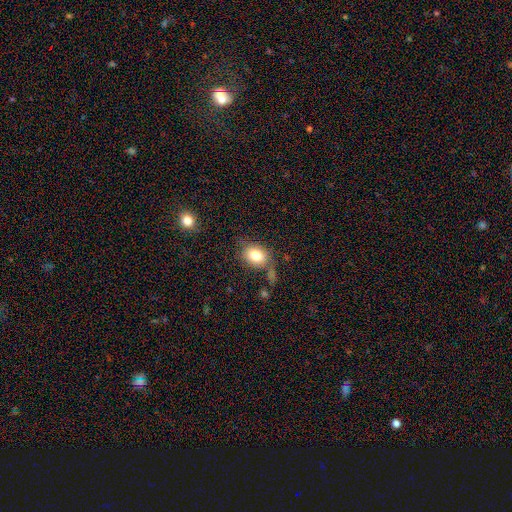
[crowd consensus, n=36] smooth-or-featured: smooth: 78% | featured or disk: 19% | star or artifact: 3%
  how-rounded: in between: 68% | round: 32% | cigar-shaped: 0%
  merging: none: 69% | major disturbance: 11% | merger: 11% | minor disturbance: 9%